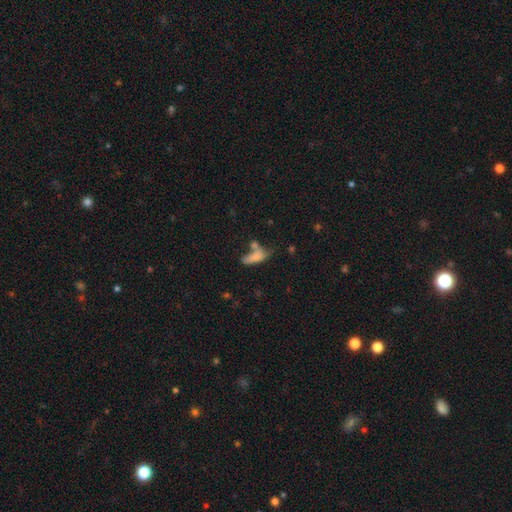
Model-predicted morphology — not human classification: type=smooth (72%); roundness=in between (61%); merging=merger (35%).